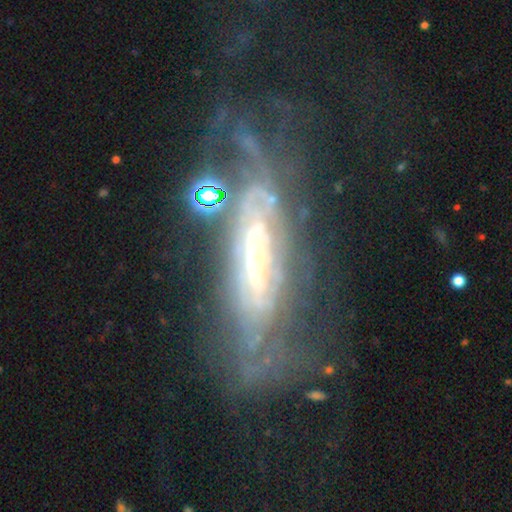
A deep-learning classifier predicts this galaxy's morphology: The model was most divided on "bar": no: 38%, strong: 32%, weak: 30%. Remaining: spiral arms — yes (81%); smooth or featured — featured or disk (81%); edge-on disk — no (73%); bulge size — small (51%); merging — none (49%).